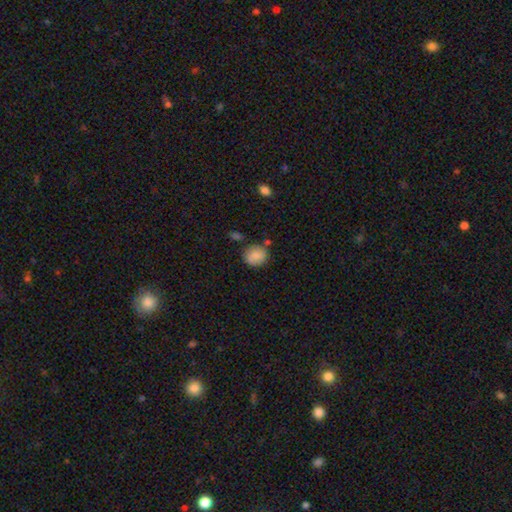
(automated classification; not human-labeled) A smooth galaxy with no disk features (84%) that is round (80%). Merging: none (75%).